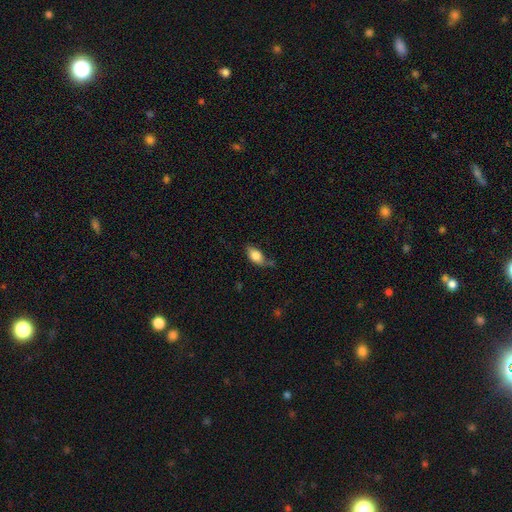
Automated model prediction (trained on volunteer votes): Q: Smooth or featured?
A: smooth (76%); runner-up: featured or disk (17%)
Q: How rounded?
A: in between (85%); runner-up: cigar-shaped (8%)
Q: Merging?
A: none (45%); runner-up: minor disturbance (35%)